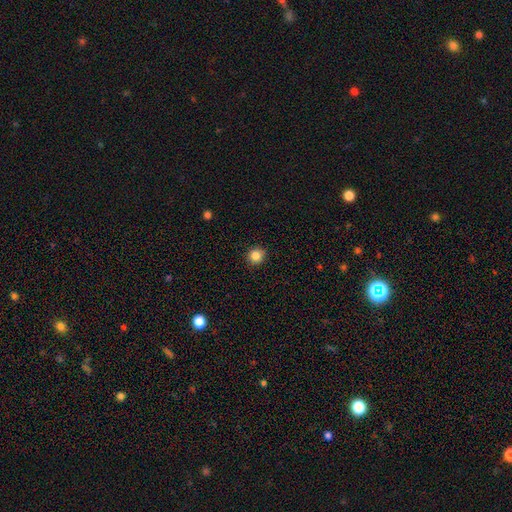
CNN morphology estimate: Smooth or featured: smooth — 84% (star or artifact — 11%)
How rounded: round — 91% (in between — 8%)
Merging: none — 91% (minor disturbance — 7%)